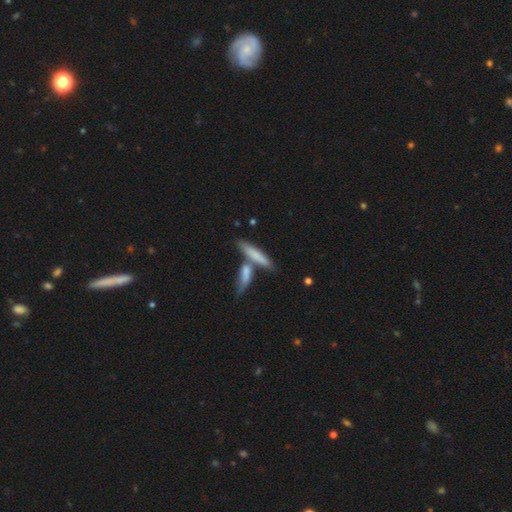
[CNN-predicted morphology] Smooth or featured? smooth (72%)
How rounded? cigar-shaped (81%)
Merging? none (53%)